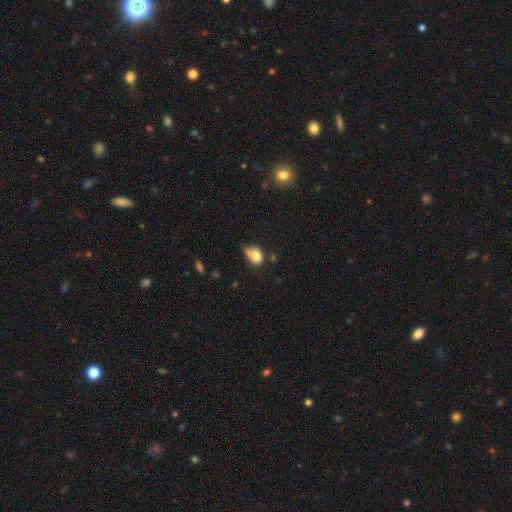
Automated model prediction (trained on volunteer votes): Smooth or featured? Predicted: smooth (p=0.75). How rounded? Predicted: in between (p=0.70). Merging? Predicted: minor disturbance (p=0.34).